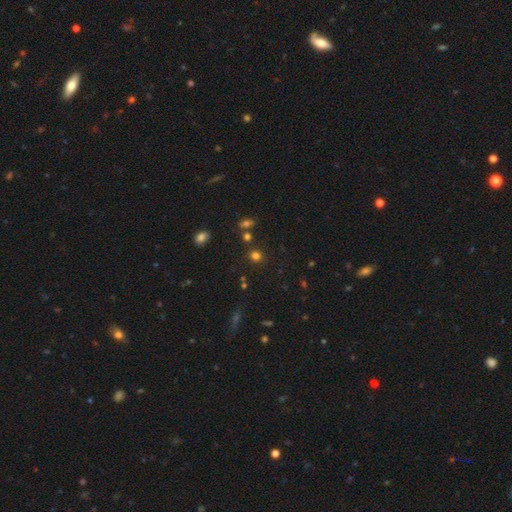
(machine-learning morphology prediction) The model was most divided on "smooth or featured": smooth: 73%, star or artifact: 20%, featured or disk: 6%. More confident: how rounded — round (83%); merging — none (82%).